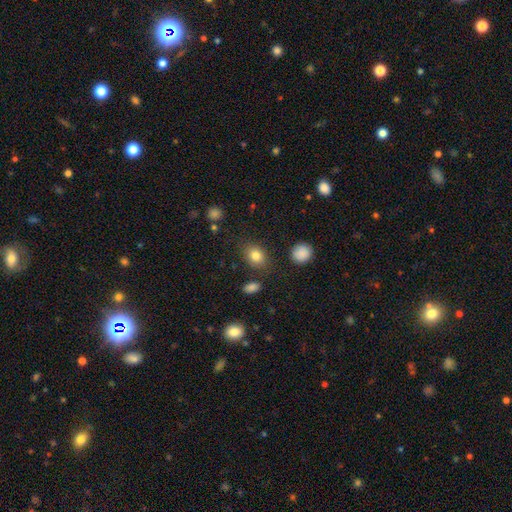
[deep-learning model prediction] Smooth or featured?
  - smooth: 82% *
  - star or artifact: 10%
  - featured or disk: 8%
How rounded?
  - in between: 58% *
  - round: 41%
  - cigar-shaped: 1%
Merging?
  - none: 81% *
  - minor disturbance: 12%
  - major disturbance: 4%
  - merger: 3%